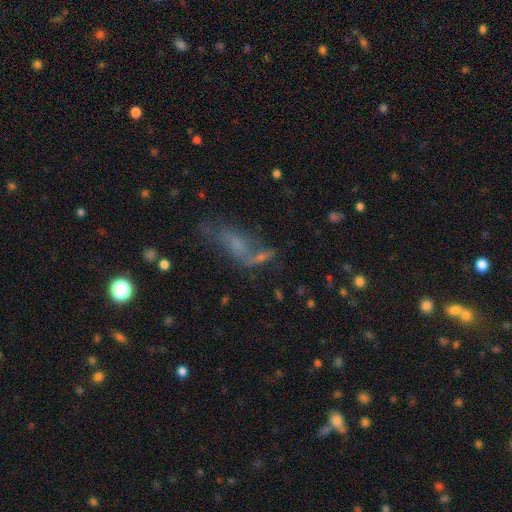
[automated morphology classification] smooth_or_featured: smooth (p=0.45) [alt: featured or disk p=0.37]
merging: none (p=0.33) [alt: merger p=0.26]